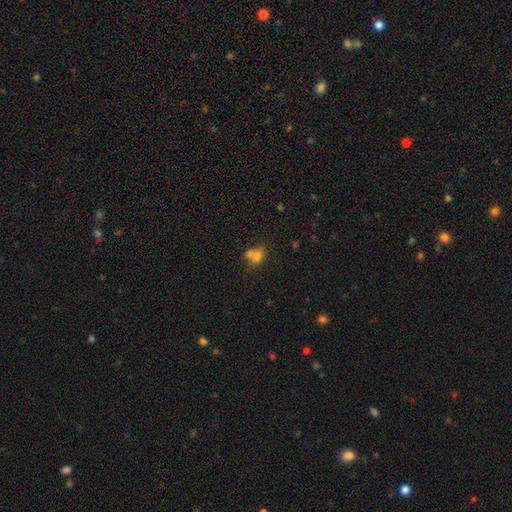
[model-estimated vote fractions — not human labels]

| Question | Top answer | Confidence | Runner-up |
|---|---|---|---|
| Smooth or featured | smooth | 71% | star or artifact (15%) |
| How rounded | in between | 51% | round (48%) |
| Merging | merger | 51% | none (34%) |